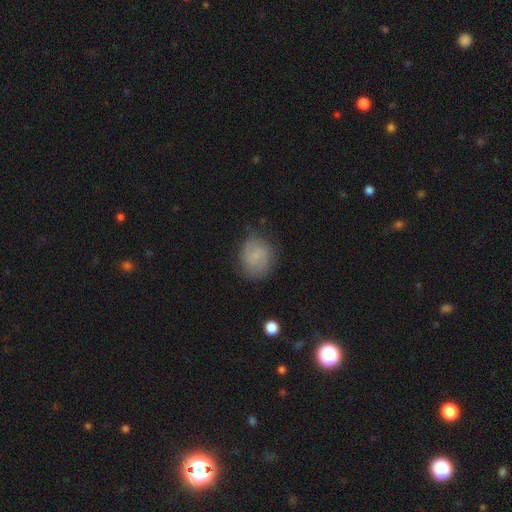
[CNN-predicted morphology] smooth_or_featured: smooth (p=0.56) [alt: featured or disk p=0.34]
how_rounded: round (p=0.69) [alt: in between p=0.30]
merging: none (p=0.75) [alt: minor disturbance p=0.18]